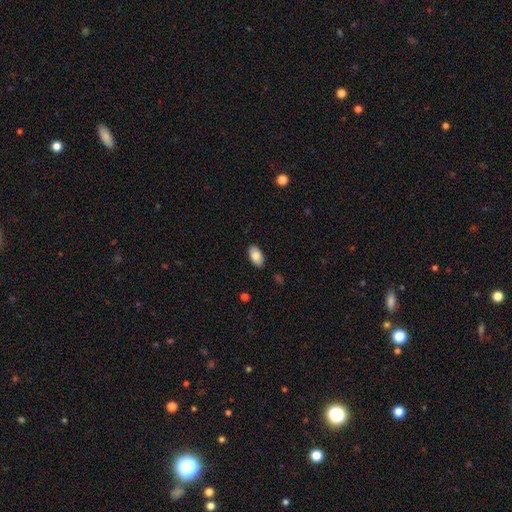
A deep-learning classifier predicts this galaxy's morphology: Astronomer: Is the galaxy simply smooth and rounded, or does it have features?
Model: smooth — 80%.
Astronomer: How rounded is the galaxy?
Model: in between — 94%.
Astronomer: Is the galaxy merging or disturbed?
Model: none — 87%.